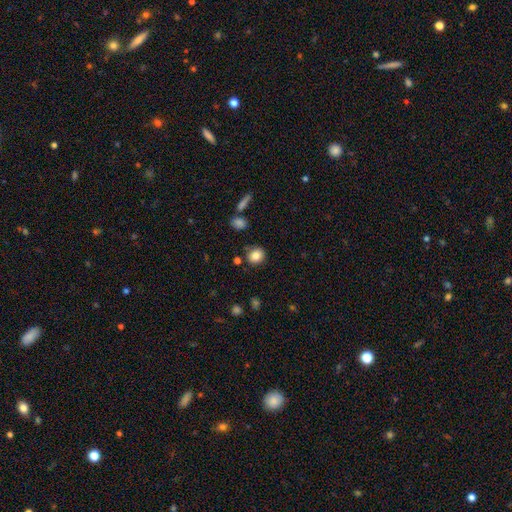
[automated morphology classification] Q: Smooth or featured?
A: smooth (83%); runner-up: star or artifact (10%)
Q: How rounded?
A: round (77%); runner-up: in between (22%)
Q: Merging?
A: none (84%); runner-up: minor disturbance (10%)